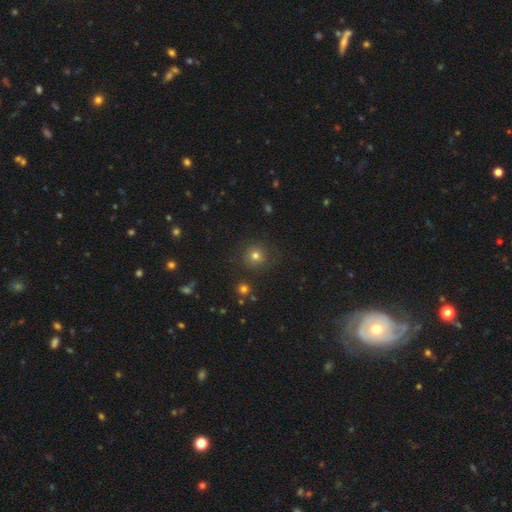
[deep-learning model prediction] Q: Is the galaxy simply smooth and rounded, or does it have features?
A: smooth — 76%.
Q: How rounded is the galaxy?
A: round — 92%.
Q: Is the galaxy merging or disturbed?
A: none — 85%.